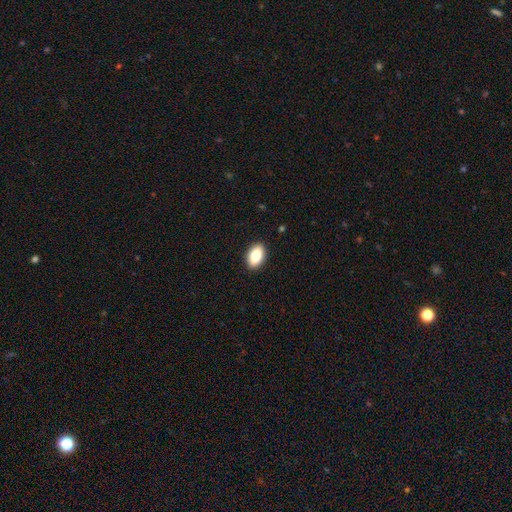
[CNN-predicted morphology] Smooth or featured?
  - smooth: 84% *
  - featured or disk: 9%
  - star or artifact: 7%
How rounded?
  - in between: 90% *
  - round: 8%
  - cigar-shaped: 2%
Merging?
  - none: 90% *
  - minor disturbance: 7%
  - major disturbance: 2%
  - merger: 1%